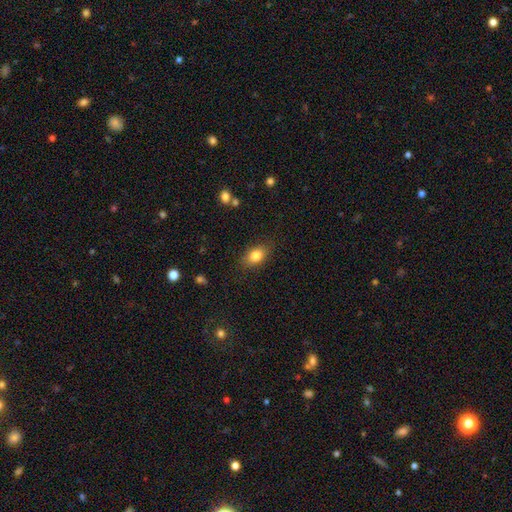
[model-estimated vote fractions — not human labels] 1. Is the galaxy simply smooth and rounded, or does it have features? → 83% smooth, 9% featured or disk, 8% star or artifact.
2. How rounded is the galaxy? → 81% in between, 16% round, 2% cigar-shaped.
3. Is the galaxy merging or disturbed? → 83% none, 12% minor disturbance, 3% major disturbance, 1% merger.